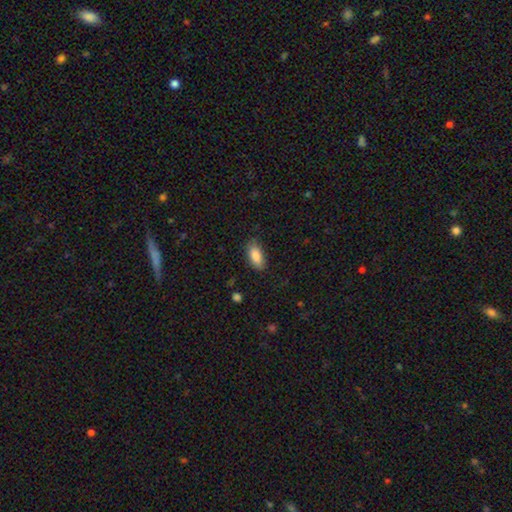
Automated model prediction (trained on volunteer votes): A smooth galaxy with no disk features (86%) that is in between round and cigar-shaped (88%). Merging: none (83%).